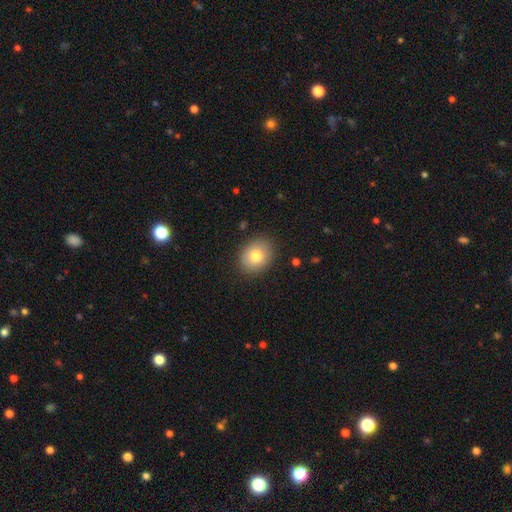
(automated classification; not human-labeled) A smooth galaxy with no disk features (78%) that is round (53%). Merging: none (87%).